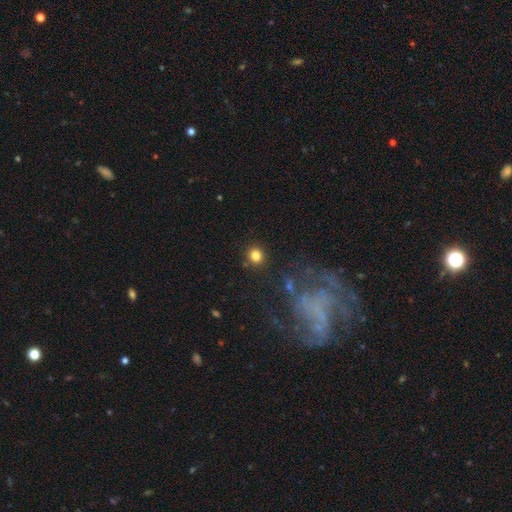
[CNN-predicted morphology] Smooth or featured?
  - smooth: 82% *
  - star or artifact: 12%
  - featured or disk: 6%
How rounded?
  - round: 87% *
  - in between: 12%
  - cigar-shaped: 1%
Merging?
  - none: 88% *
  - minor disturbance: 7%
  - merger: 3%
  - major disturbance: 3%